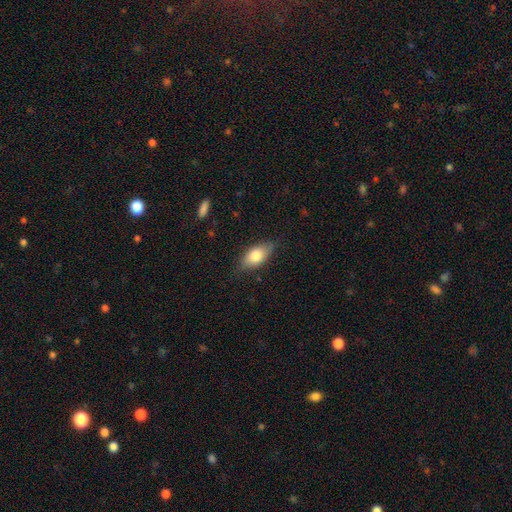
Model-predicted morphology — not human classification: smooth 75%, featured or disk 18%, star or artifact 7%. Down the decision tree: how rounded — in between (88%); merging — none (79%).